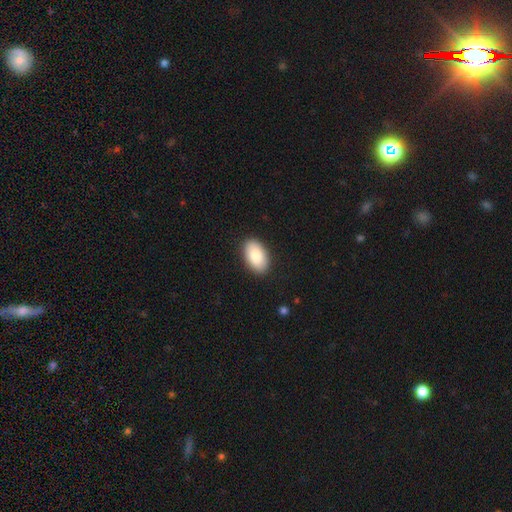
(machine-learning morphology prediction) The model was most divided on "smooth or featured": smooth: 88%, featured or disk: 7%, star or artifact: 6%. More confident: how rounded — in between (94%); merging — none (90%).